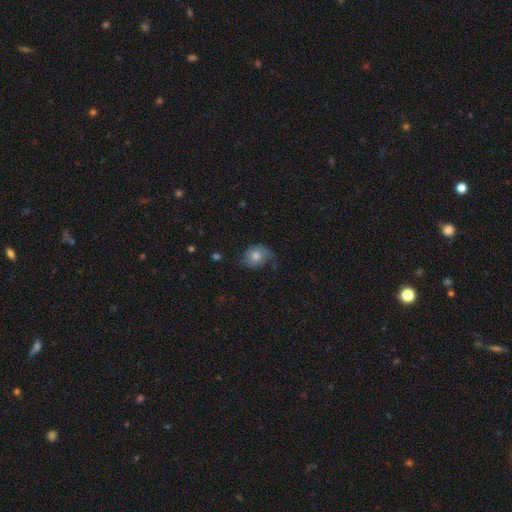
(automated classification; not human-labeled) Smooth or featured? Predicted: smooth (p=0.58). How rounded? Predicted: in between (p=0.52). Merging? Predicted: none (p=0.49).